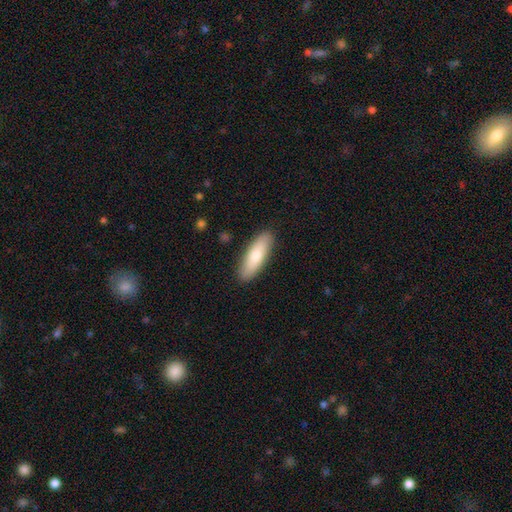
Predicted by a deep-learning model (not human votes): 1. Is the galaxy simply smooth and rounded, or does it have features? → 76% smooth, 19% featured or disk, 5% star or artifact.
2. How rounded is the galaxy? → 55% in between, 43% cigar-shaped, 2% round.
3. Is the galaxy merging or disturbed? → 88% none, 9% minor disturbance, 2% major disturbance, 1% merger.